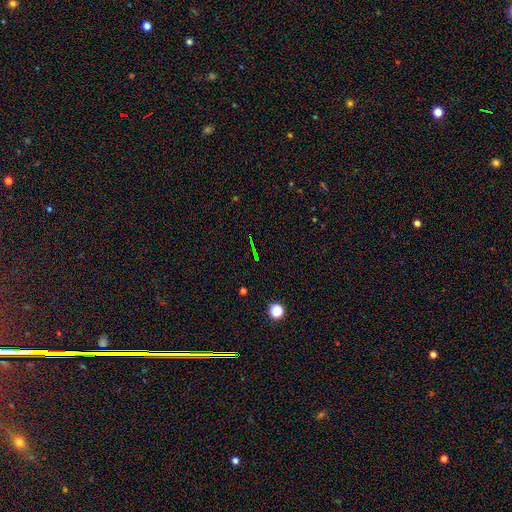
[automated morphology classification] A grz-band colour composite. It shows a star or artifact, not a galaxy (66%).